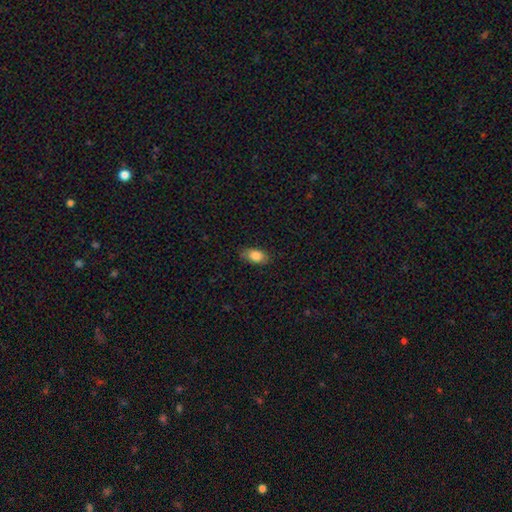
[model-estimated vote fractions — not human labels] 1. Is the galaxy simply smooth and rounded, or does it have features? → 85% smooth, 8% star or artifact, 8% featured or disk.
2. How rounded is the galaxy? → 89% in between, 7% round, 4% cigar-shaped.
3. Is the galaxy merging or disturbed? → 82% none, 14% minor disturbance, 3% major disturbance, 1% merger.